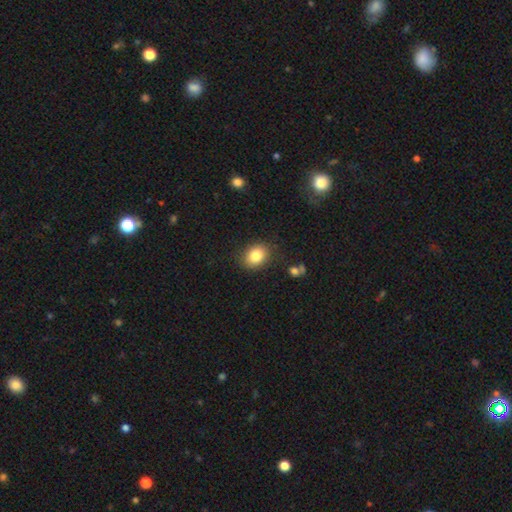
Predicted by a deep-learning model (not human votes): smooth_or_featured: smooth (p=0.83) [alt: star or artifact p=0.09]
how_rounded: in between (p=0.57) [alt: round p=0.42]
merging: none (p=0.85) [alt: minor disturbance p=0.11]